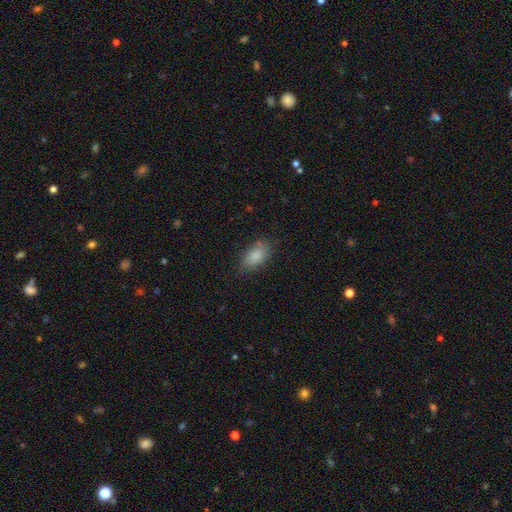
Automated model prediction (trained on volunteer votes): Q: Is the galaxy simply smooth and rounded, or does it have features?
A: smooth — 85%.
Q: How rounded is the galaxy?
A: in between — 91%.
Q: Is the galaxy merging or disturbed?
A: none — 75%.